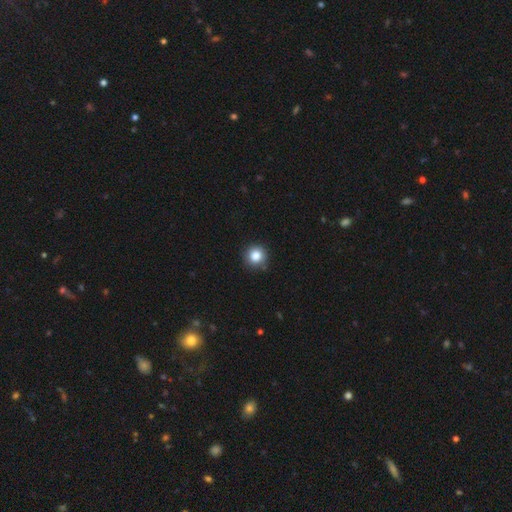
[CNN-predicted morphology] This appears to be a smooth galaxy with no disk features (83%) that is round (94%). Merging: none (88%).